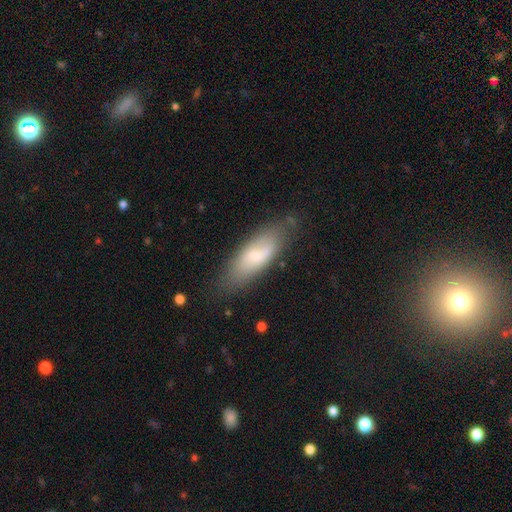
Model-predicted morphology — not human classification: A smooth galaxy with no disk features (63%) that is in between round and cigar-shaped (62%).

Vote fractions:
- Smooth or featured? smooth: 63% / featured or disk: 29% / star or artifact: 7%
- How rounded? in between: 62% / cigar-shaped: 36% / round: 2%
- Merging? none: 70% / minor disturbance: 21% / major disturbance: 6% / merger: 3%